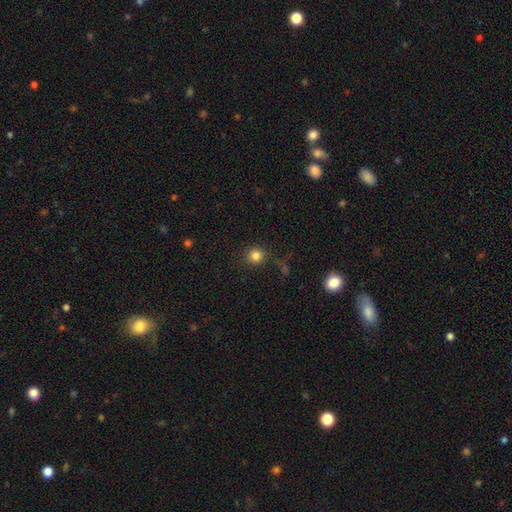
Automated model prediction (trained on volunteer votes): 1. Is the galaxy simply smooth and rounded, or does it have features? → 82% smooth, 13% star or artifact, 5% featured or disk.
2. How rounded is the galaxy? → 91% round, 8% in between, 1% cigar-shaped.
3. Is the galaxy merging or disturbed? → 84% none, 10% minor disturbance, 4% major disturbance, 2% merger.